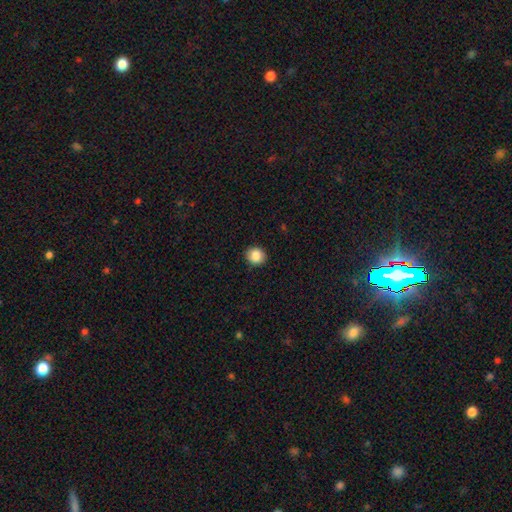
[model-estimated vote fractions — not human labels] smooth 87%, star or artifact 9%, featured or disk 4%. Down the decision tree: how rounded — round (83%); merging — none (91%).